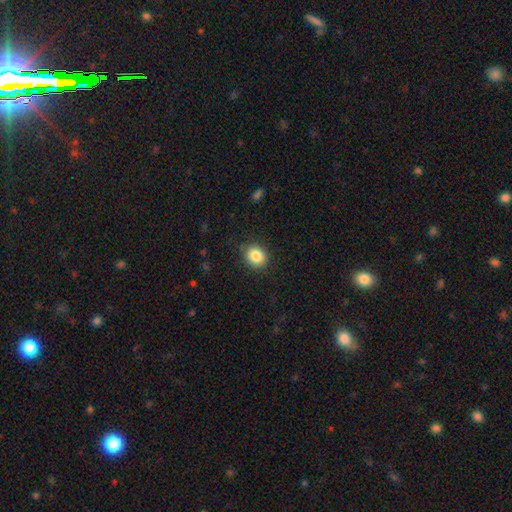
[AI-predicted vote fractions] Overall: smooth (85%). How rounded: round (74%). Merging: none (86%).